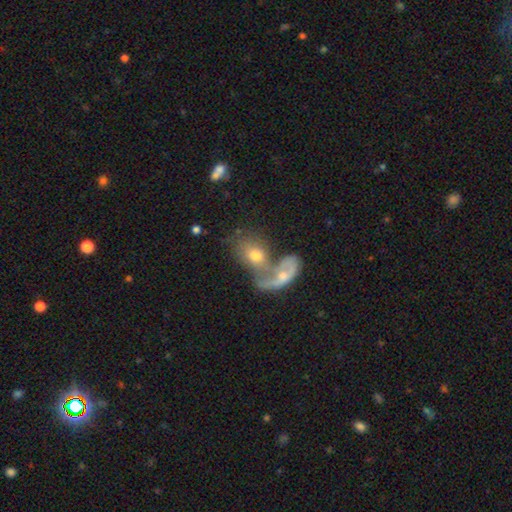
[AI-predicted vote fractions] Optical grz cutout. It shows a smooth galaxy with no disk features (55%) that is in between round and cigar-shaped (74%). Merging: merger (68%).